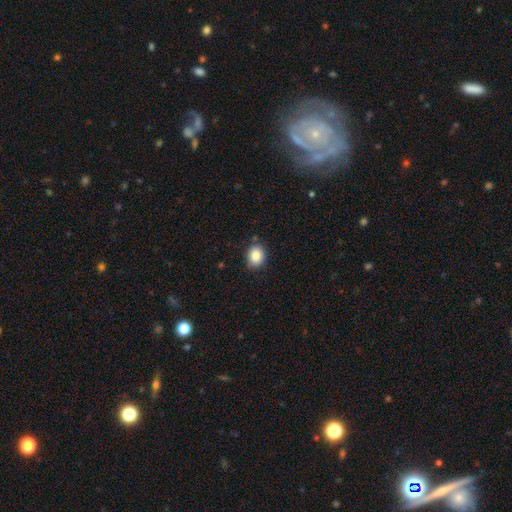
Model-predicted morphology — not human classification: type=smooth (87%); roundness=in between (56%); merging=none (85%).